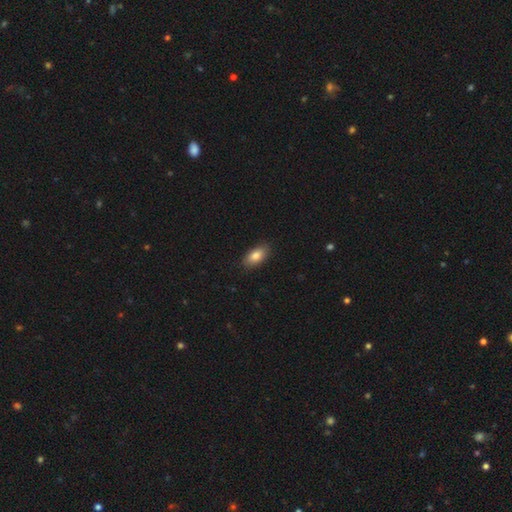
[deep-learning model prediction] smooth 83%, featured or disk 10%, star or artifact 7%. Down the decision tree: how rounded — in between (90%); merging — none (87%).